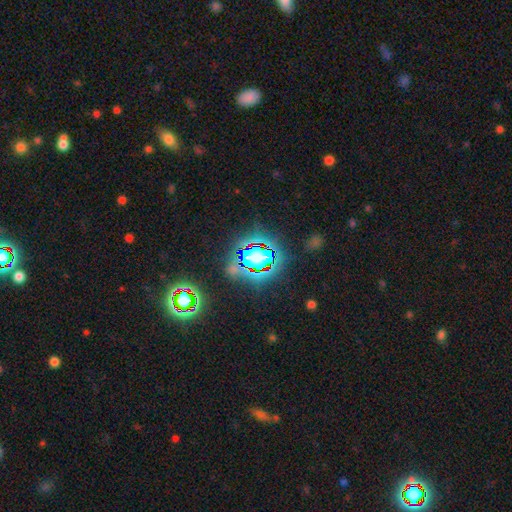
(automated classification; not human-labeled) A star or artifact, not a galaxy (80%).